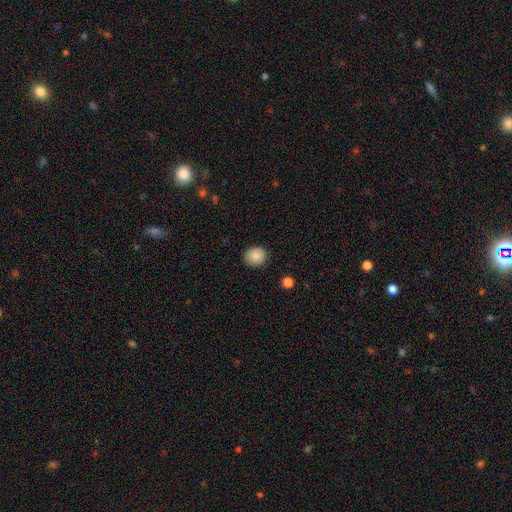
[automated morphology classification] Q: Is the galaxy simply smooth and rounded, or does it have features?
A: smooth — 88%.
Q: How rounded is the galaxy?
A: round — 74%.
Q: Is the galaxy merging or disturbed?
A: none — 89%.